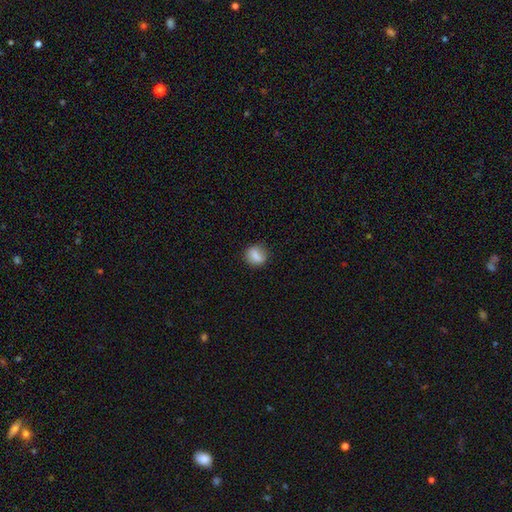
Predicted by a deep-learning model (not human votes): Smooth or featured: smooth — 76% (featured or disk — 15%)
How rounded: round — 74% (in between — 24%)
Merging: none — 82% (minor disturbance — 13%)